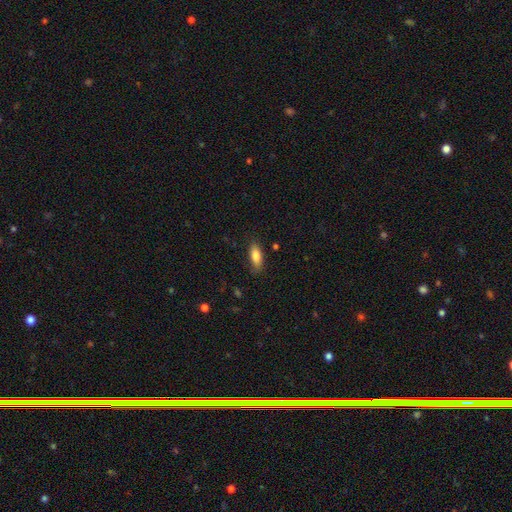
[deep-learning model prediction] A smooth galaxy with no disk features (83%) that is in between round and cigar-shaped (77%). Merging: none (78%).